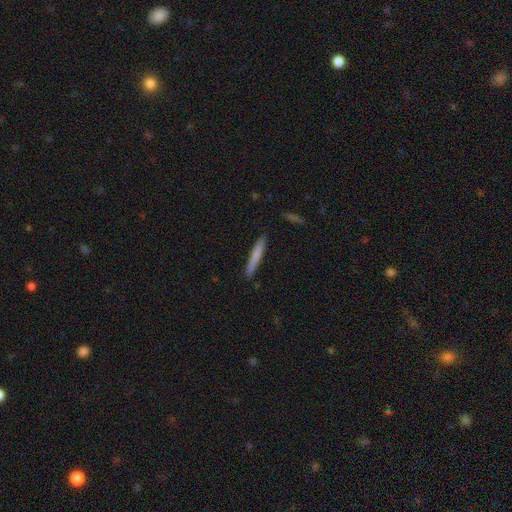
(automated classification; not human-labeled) smooth_or_featured: smooth (p=0.70) [alt: featured or disk p=0.25]
how_rounded: cigar-shaped (p=0.96) [alt: in between p=0.03]
merging: none (p=0.90) [alt: minor disturbance p=0.08]